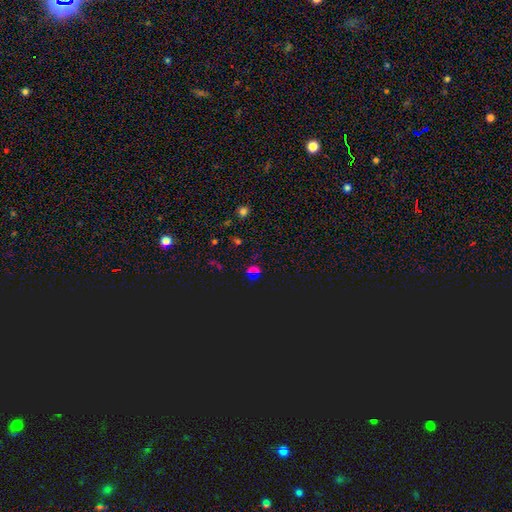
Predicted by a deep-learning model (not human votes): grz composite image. It shows a star or artifact, not a galaxy (60%).